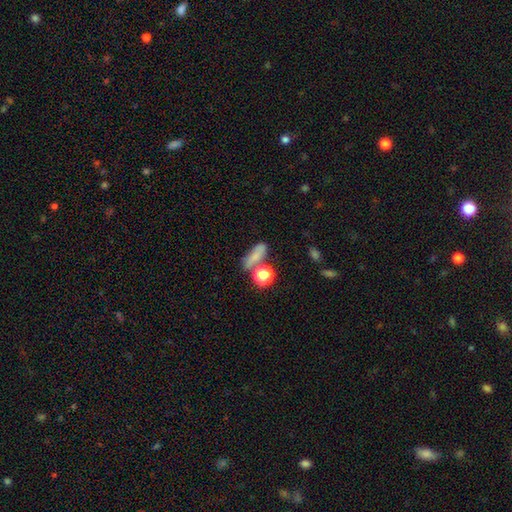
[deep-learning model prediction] The model was most divided on "how rounded": in between: 45%, cigar-shaped: 34%, round: 21%. More confident: smooth or featured — smooth (69%); merging — none (50%).